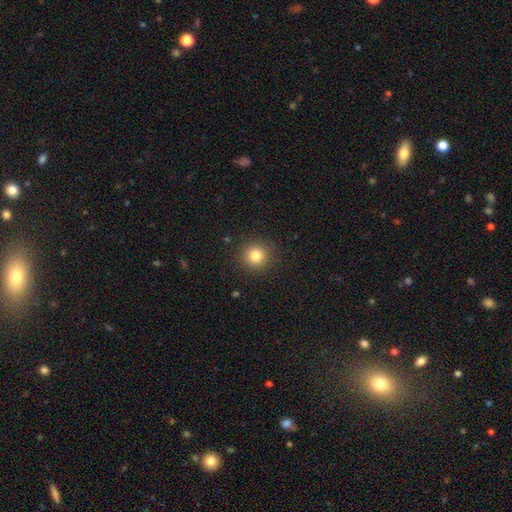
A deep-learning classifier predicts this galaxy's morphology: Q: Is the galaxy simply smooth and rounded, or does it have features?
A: smooth — 82%.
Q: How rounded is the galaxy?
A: round — 92%.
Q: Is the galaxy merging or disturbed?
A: none — 90%.